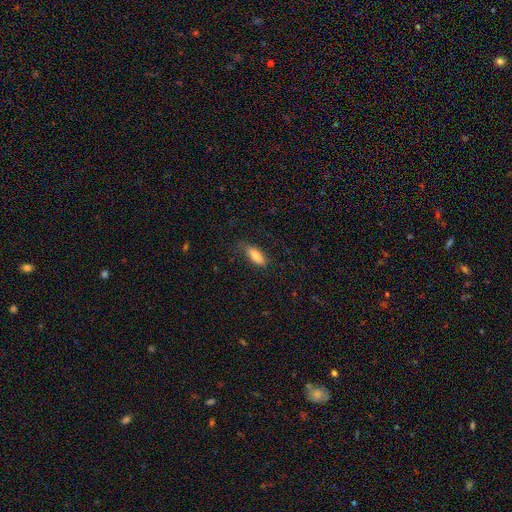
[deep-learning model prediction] This appears to be a smooth galaxy with no disk features (79%) that is in between round and cigar-shaped (67%). Merging: none (73%).